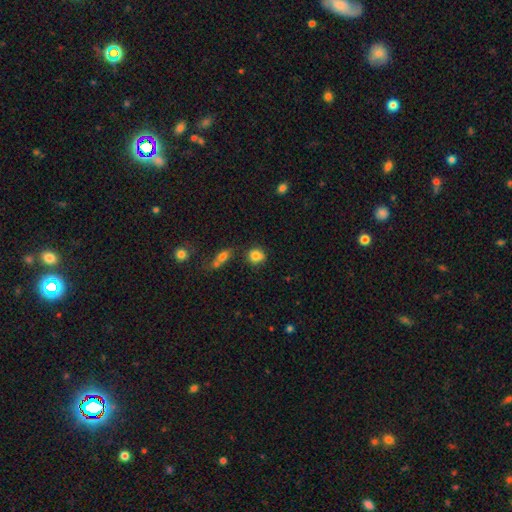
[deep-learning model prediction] A smooth galaxy with no disk features (82%) that is round (72%). Merging: none (63%).